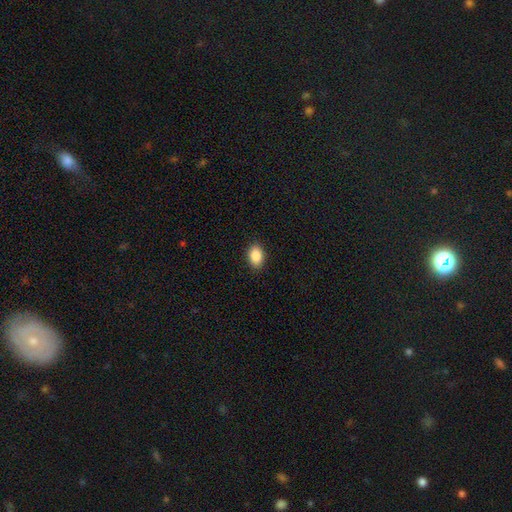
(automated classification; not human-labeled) Smooth or featured? Predicted: smooth (p=0.87). How rounded? Predicted: in between (p=0.84). Merging? Predicted: none (p=0.90).